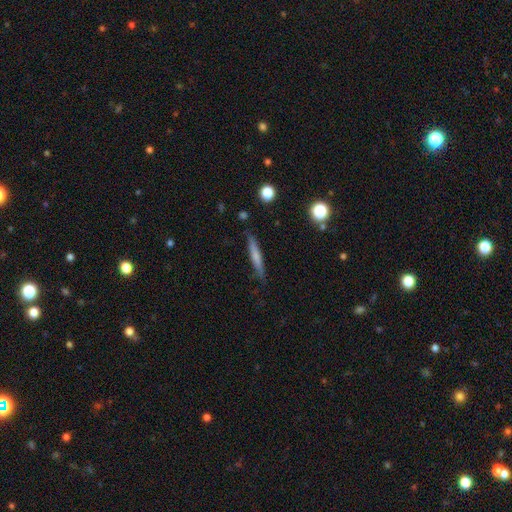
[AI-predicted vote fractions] smooth 64%, featured or disk 29%, star or artifact 7%. Down the decision tree: how rounded — cigar-shaped (93%); merging — none (84%).